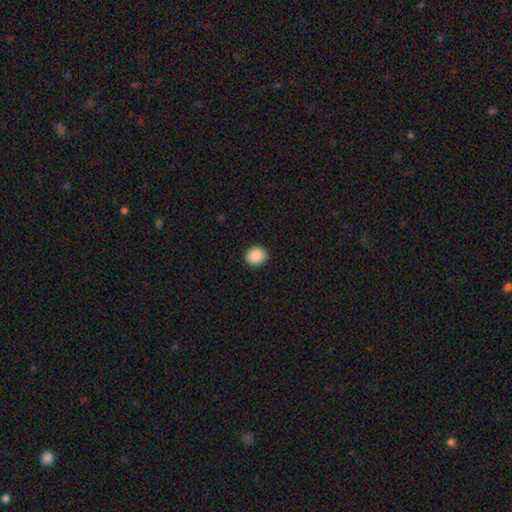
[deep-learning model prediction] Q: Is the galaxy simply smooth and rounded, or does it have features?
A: smooth — 89%.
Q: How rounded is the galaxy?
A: round — 83%.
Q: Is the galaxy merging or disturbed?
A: none — 92%.